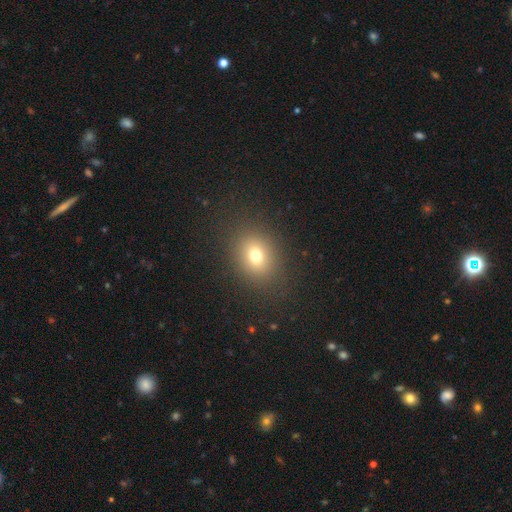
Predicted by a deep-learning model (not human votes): Smooth or featured: smooth — 73% (star or artifact — 16%)
How rounded: round — 54% (in between — 45%)
Merging: none — 85% (minor disturbance — 9%)